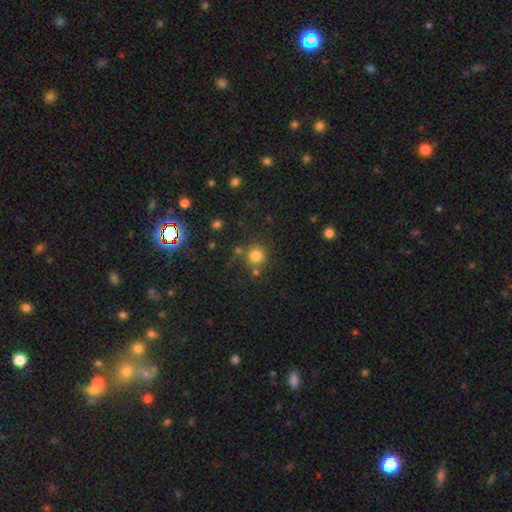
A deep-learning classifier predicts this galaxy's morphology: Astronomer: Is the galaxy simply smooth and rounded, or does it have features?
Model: smooth — 78%.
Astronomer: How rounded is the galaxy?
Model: round — 92%.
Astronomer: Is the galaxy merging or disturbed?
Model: none — 73%.